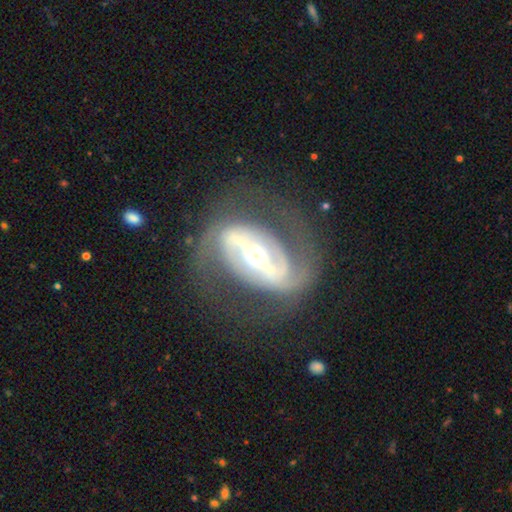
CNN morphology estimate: A featured or disk galaxy (89%) with a strong bar (67%), 2 (85%) medium (48%) spiral arms (92%) and a moderate central bulge (59%). Merging: none (70%).